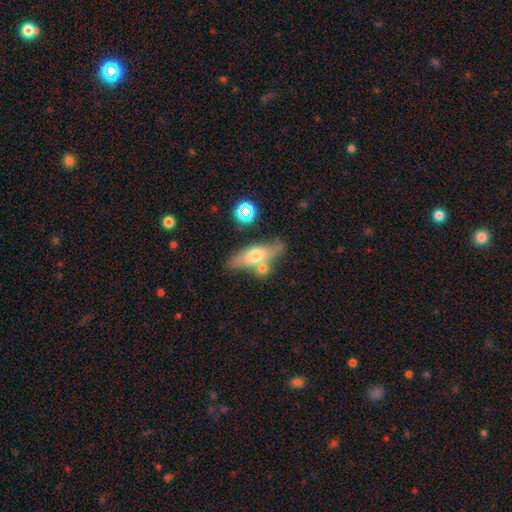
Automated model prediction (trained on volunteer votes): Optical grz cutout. It shows a smooth galaxy with no disk features (55%) that is in between round and cigar-shaped (54%). Merging: none (60%).